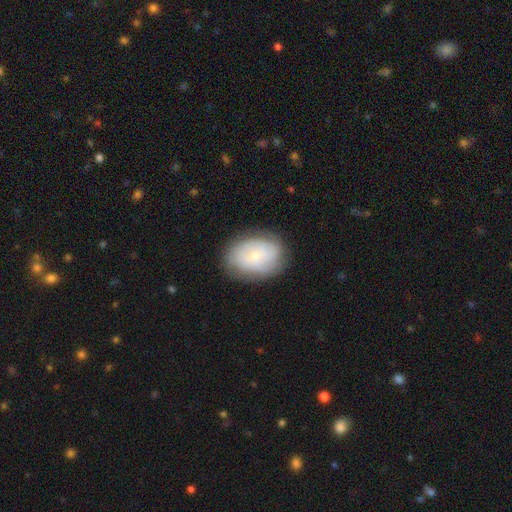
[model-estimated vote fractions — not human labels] Q: Smooth or featured?
A: featured or disk (48%); runner-up: smooth (45%)
Q: Merging?
A: none (76%); runner-up: minor disturbance (17%)